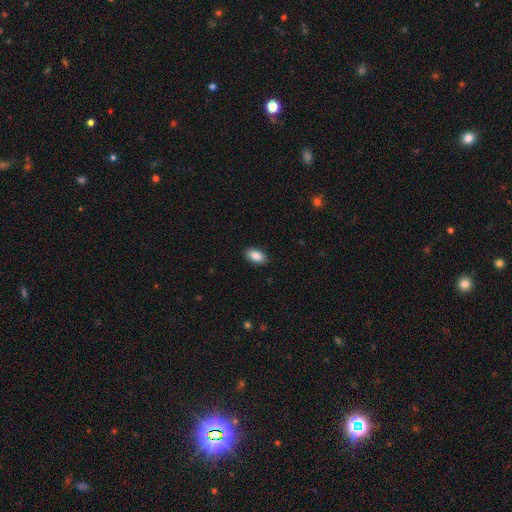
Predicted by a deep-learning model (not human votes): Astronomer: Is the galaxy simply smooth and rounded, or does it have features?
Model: smooth — 88%.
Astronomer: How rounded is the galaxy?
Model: in between — 93%.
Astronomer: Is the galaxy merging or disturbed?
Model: none — 89%.